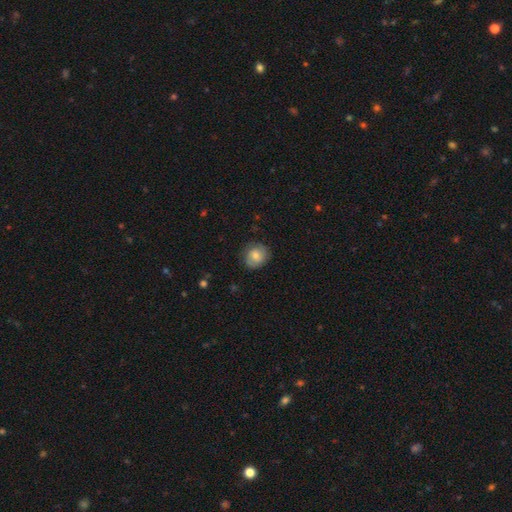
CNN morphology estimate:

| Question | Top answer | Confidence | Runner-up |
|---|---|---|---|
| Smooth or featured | smooth | 70% | featured or disk (22%) |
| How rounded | round | 80% | in between (19%) |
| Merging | none | 79% | minor disturbance (16%) |